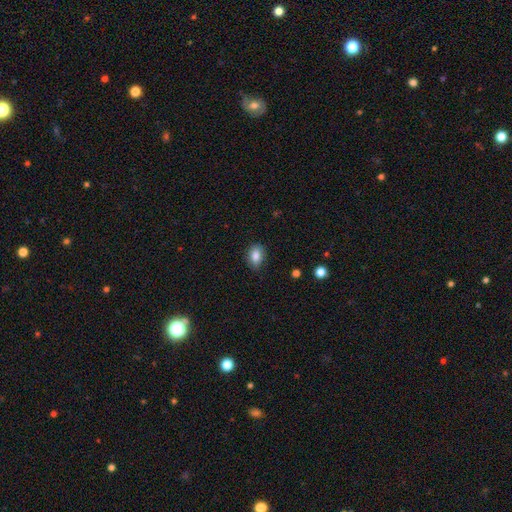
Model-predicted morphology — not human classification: Smooth or featured? smooth (85%)
How rounded? in between (78%)
Merging? none (80%)